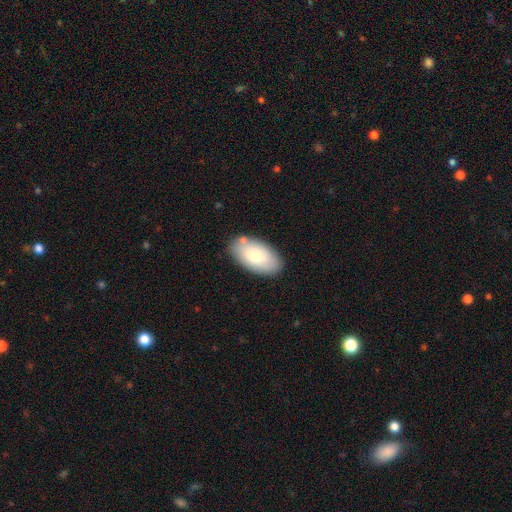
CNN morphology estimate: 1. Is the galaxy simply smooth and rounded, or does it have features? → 75% smooth, 19% featured or disk, 6% star or artifact.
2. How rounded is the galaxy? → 95% in between, 3% round, 2% cigar-shaped.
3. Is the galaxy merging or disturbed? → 80% none, 13% minor disturbance, 4% merger, 3% major disturbance.